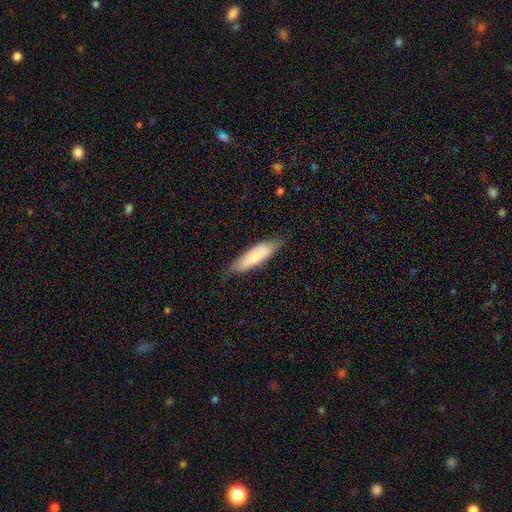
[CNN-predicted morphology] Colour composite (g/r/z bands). It shows a smooth galaxy with no disk features (75%) that is cigar-shaped (57%). Merging: none (76%).